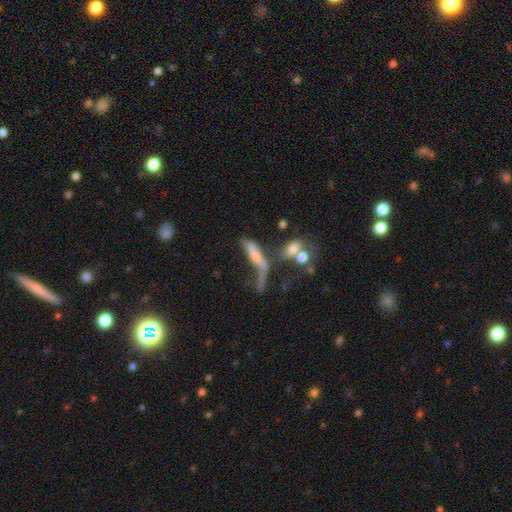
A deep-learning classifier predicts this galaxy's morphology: featured or disk 44% (tied), smooth 44% (tied), star or artifact 12%. Down the decision tree: merging — merger (36%).